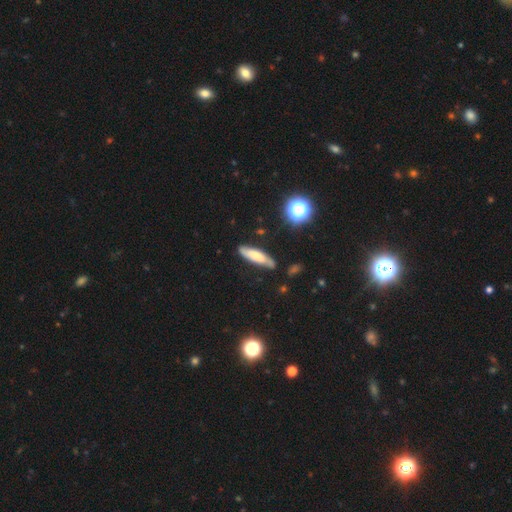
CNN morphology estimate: The model was most divided on "smooth or featured": smooth: 59%, featured or disk: 32%, star or artifact: 9%. More confident: merging — none (76%); how rounded — cigar-shaped (75%).